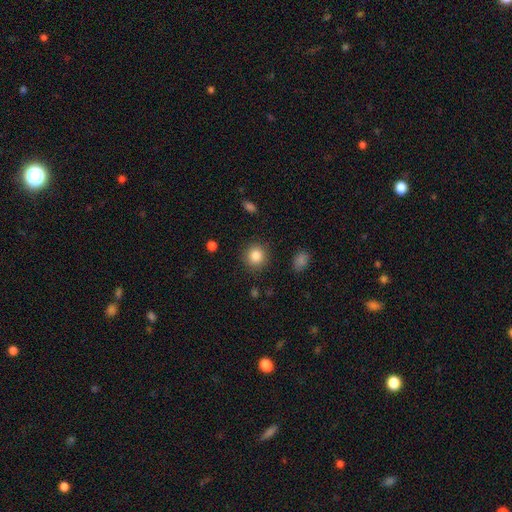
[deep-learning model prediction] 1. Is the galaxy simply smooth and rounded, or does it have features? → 85% smooth, 10% star or artifact, 6% featured or disk.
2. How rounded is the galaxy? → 91% round, 8% in between, 1% cigar-shaped.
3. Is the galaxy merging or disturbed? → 89% none, 7% minor disturbance, 3% major disturbance, 1% merger.